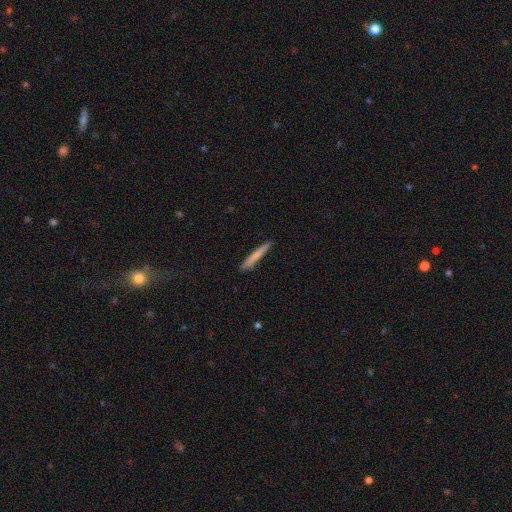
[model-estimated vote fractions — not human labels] A smooth galaxy with no disk features (73%) that is cigar-shaped (96%).

Vote fractions:
- Smooth or featured? smooth: 73% / featured or disk: 22% / star or artifact: 6%
- How rounded? cigar-shaped: 96% / in between: 2% / round: 1%
- Merging? none: 90% / minor disturbance: 7% / major disturbance: 1% / merger: 1%